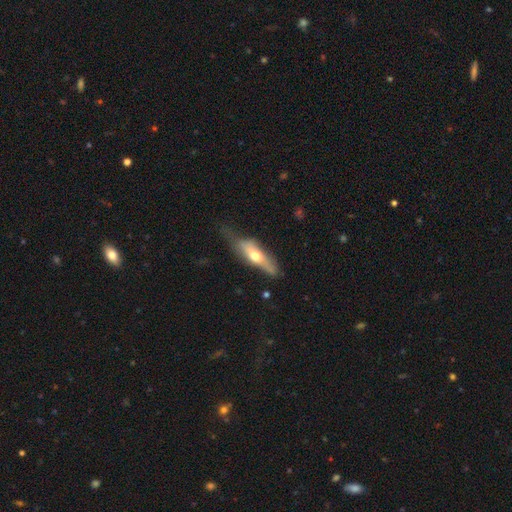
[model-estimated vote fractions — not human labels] Q: Smooth or featured?
A: smooth (52%); runner-up: featured or disk (42%)
Q: How rounded?
A: cigar-shaped (51%); runner-up: in between (46%)
Q: Merging?
A: none (42%); runner-up: minor disturbance (35%)